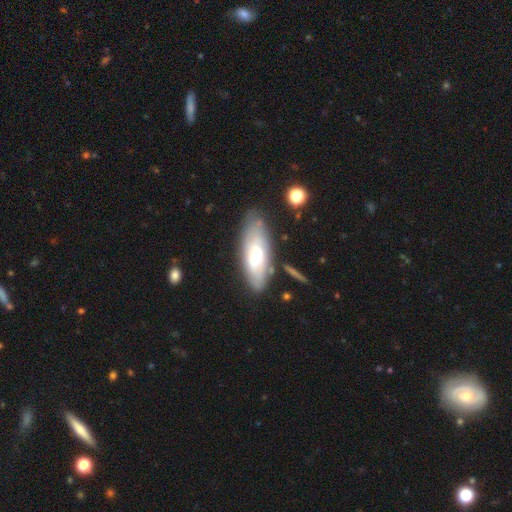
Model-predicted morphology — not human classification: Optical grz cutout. It shows a smooth galaxy with no disk features (49%). Merging: none (69%).